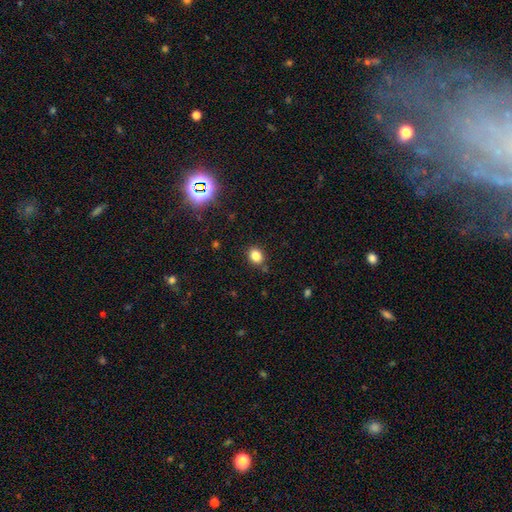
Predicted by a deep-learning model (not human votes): smooth 82%, star or artifact 13%, featured or disk 5%. Down the decision tree: how rounded — round (61%); merging — none (84%).